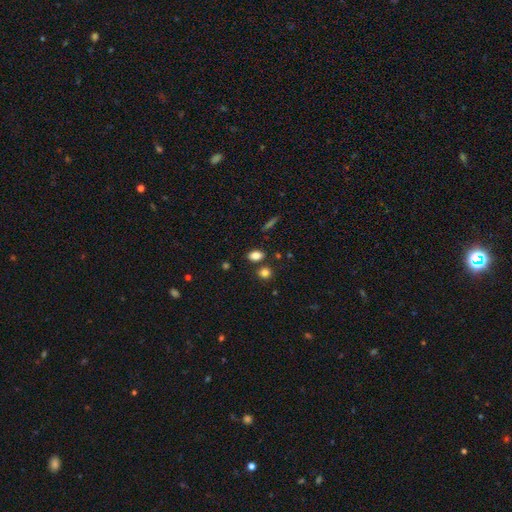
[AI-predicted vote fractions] smooth 84%, star or artifact 11%, featured or disk 6%. Down the decision tree: how rounded — in between (76%); merging — none (77%).